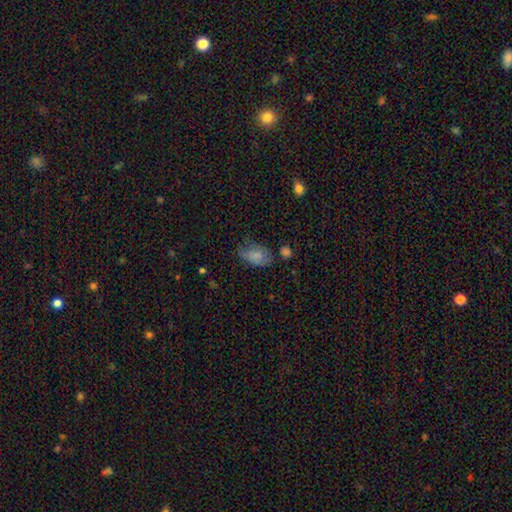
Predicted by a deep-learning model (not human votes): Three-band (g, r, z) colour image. It shows a smooth galaxy with no disk features (78%) that is in between round and cigar-shaped (91%). Merging: none (42%).